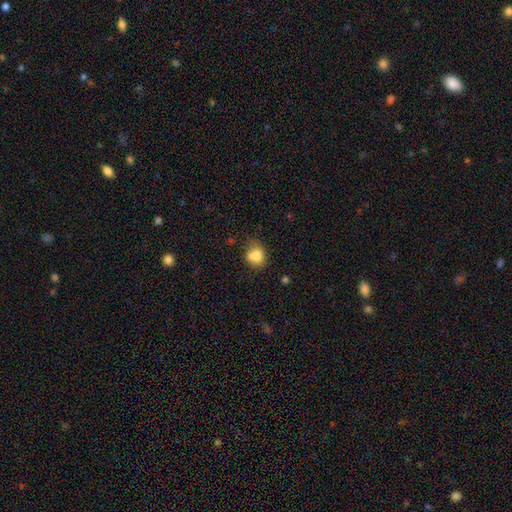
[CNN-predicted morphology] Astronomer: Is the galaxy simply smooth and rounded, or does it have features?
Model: smooth — 78%.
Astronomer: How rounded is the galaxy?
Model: round — 63%.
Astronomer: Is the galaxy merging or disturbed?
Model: none — 46% (runner-up: merger, 28%).